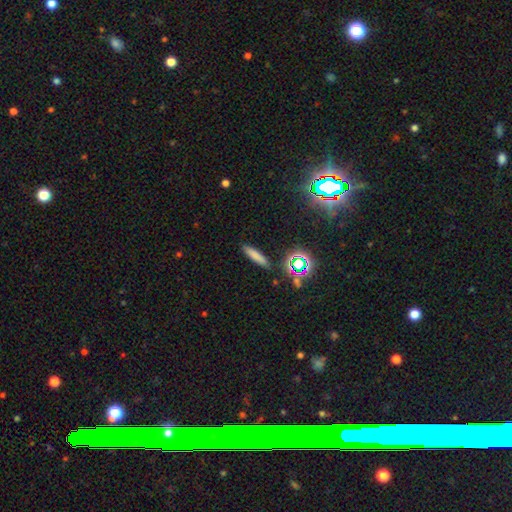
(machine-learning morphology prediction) This is likely a smooth galaxy (72%). How rounded: clearly cigar-shaped (85%). Merging: clearly none (88%).